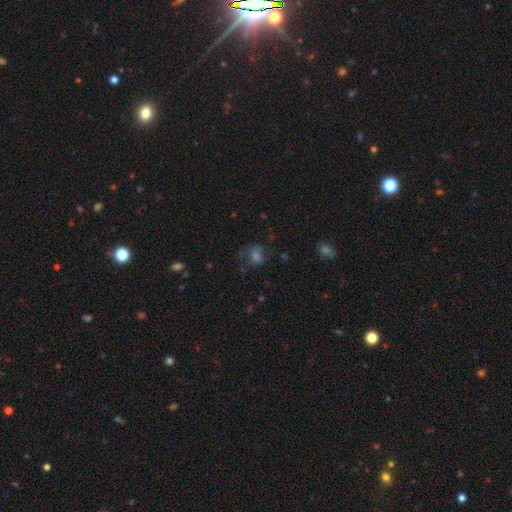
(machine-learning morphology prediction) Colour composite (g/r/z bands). It shows a smooth galaxy with no disk features (47%). Merging: none (54%).